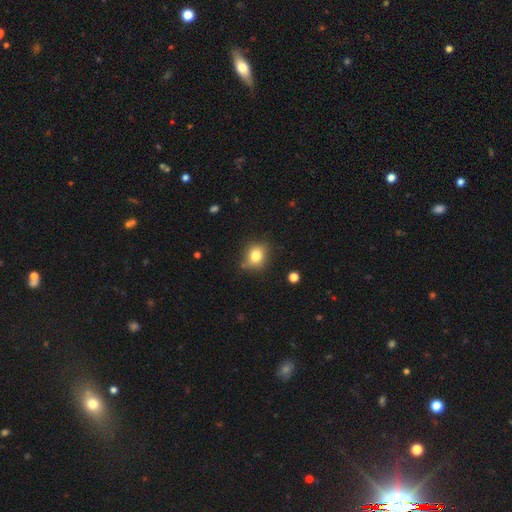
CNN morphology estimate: Smooth or featured? smooth (78%)
How rounded? round (61%)
Merging? none (74%)